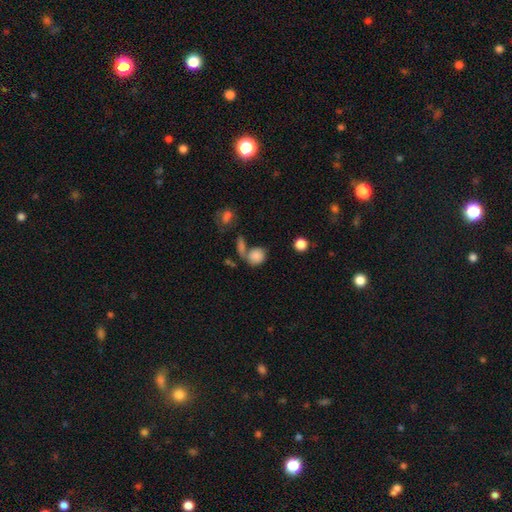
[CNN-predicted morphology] smooth-or-featured: smooth: 83% | star or artifact: 9% | featured or disk: 8%
  how-rounded: round: 69% | in between: 29% | cigar-shaped: 2%
  merging: none: 46% | merger: 31% | minor disturbance: 14% | major disturbance: 8%